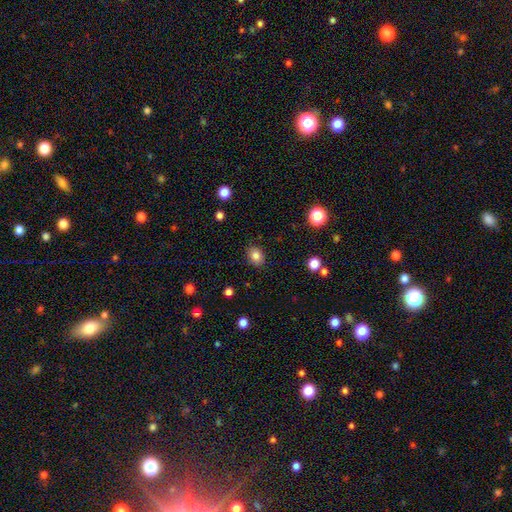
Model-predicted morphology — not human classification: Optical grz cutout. It shows a smooth galaxy with no disk features (83%) that is in between round and cigar-shaped (55%). Merging: none (87%).